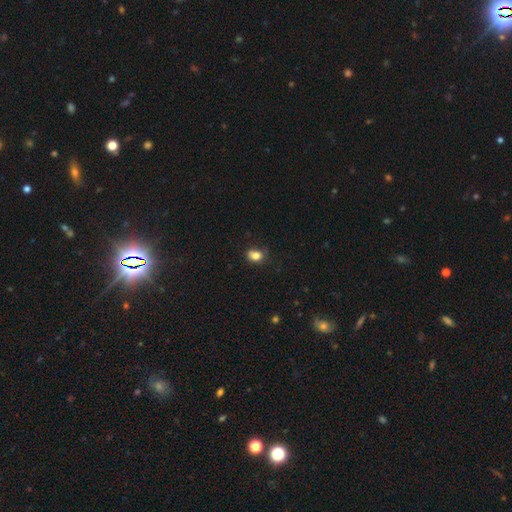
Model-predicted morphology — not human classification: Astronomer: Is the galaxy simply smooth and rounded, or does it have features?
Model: smooth — 81%.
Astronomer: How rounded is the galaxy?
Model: in between — 54% (runner-up: round, 45%).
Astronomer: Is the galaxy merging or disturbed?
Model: none — 63%.